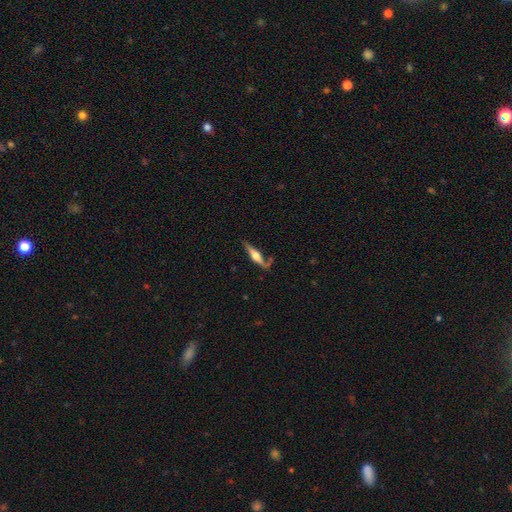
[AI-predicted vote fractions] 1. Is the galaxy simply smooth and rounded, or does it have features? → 70% featured or disk, 25% smooth, 5% star or artifact.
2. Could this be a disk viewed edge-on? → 93% yes, 7% no.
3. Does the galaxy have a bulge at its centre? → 90% rounded, 7% boxy, 3% none.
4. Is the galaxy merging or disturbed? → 64% none, 20% minor disturbance, 9% major disturbance, 7% merger.